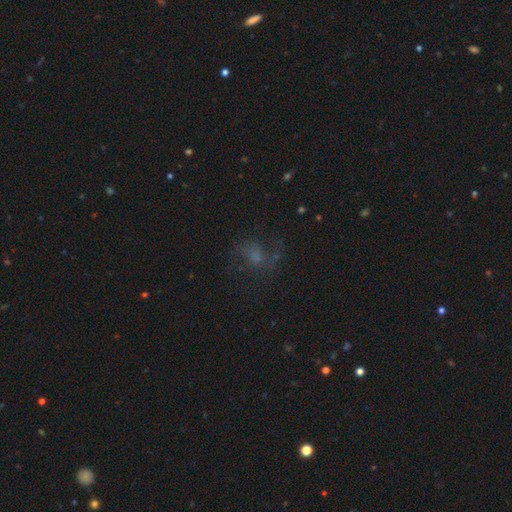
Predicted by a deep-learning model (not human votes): Smooth or featured? Predicted: featured or disk (p=0.47). Merging? Predicted: none (p=0.55).